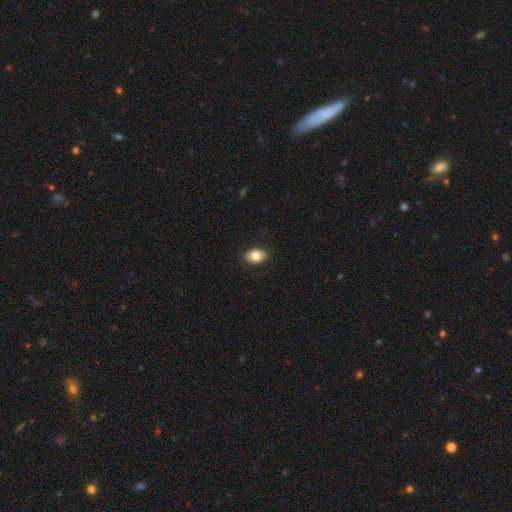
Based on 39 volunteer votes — This is clearly a smooth galaxy (85%). How rounded: likely in between (79%). Merging: clearly none (84%).